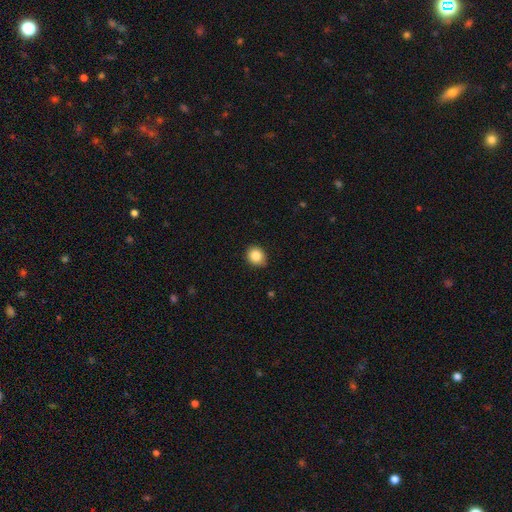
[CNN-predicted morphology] Overall: smooth (85%). How rounded: round (69%; in between 30%). Merging: none (87%).